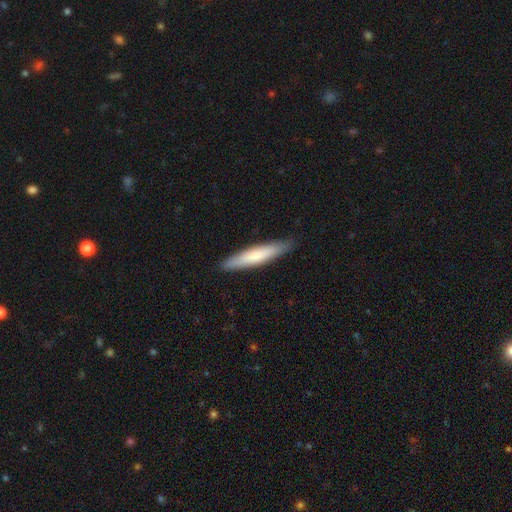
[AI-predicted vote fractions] Morphology: type=smooth (71%); roundness=cigar-shaped (89%); merging=none (88%).